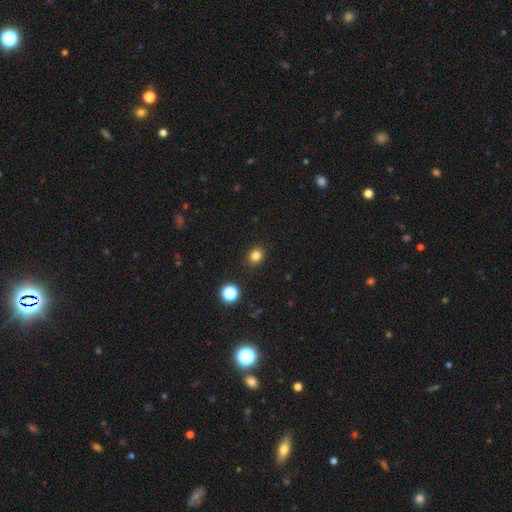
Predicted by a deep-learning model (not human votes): This appears to be a smooth galaxy with no disk features (81%) that is round (67%). Merging: none (89%).